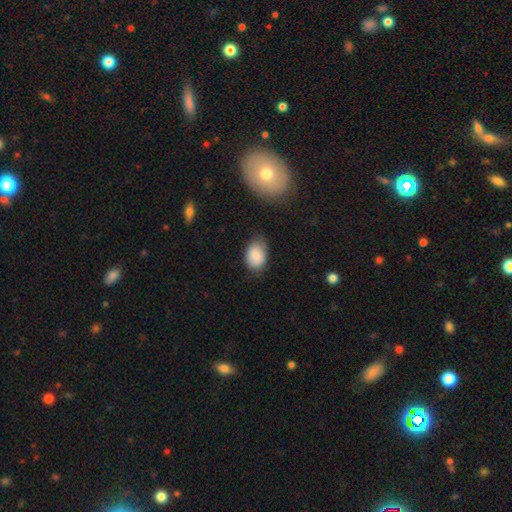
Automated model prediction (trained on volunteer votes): The model was most divided on "merging": none: 67%, minor disturbance: 26%, major disturbance: 5%, merger: 2%. More confident: smooth or featured — smooth (86%); how rounded — in between (80%).